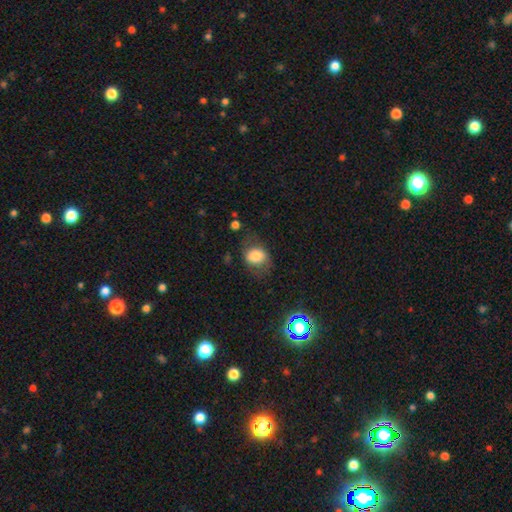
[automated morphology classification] This appears to be a smooth galaxy with no disk features (74%) that is in between round and cigar-shaped (51%). Merging: none (59%).